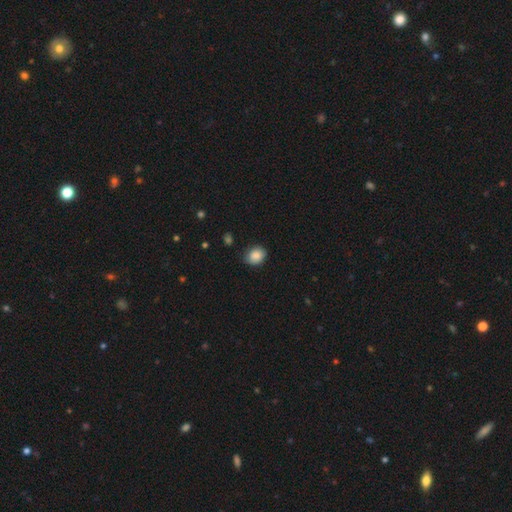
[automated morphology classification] The model was most divided on "how rounded": round: 54%, in between: 45%, cigar-shaped: 1%. More confident: smooth or featured — smooth (86%); merging — none (75%).